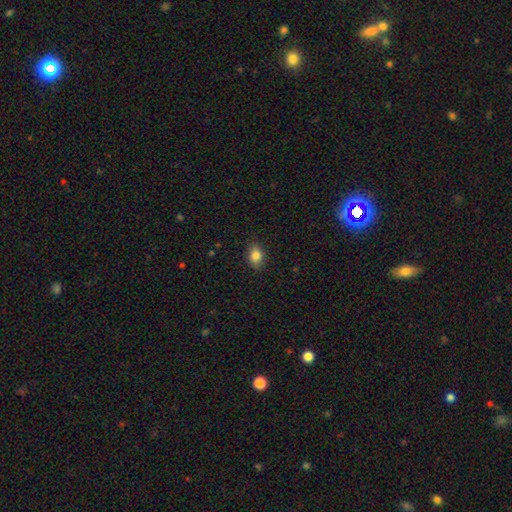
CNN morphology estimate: Smooth or featured? Predicted: smooth (p=0.83). How rounded? Predicted: in between (p=0.75). Merging? Predicted: none (p=0.85).